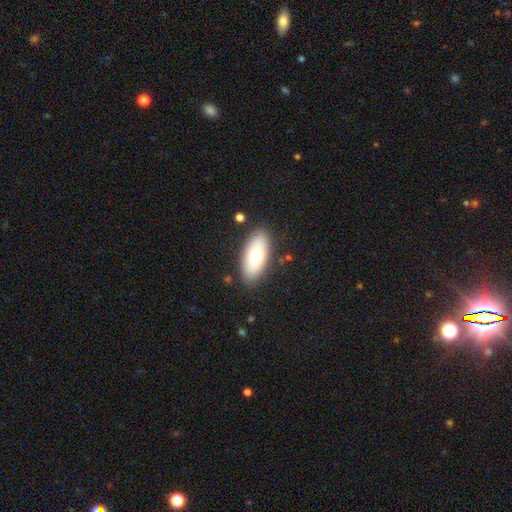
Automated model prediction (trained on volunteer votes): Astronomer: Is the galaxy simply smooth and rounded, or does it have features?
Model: smooth — 68%.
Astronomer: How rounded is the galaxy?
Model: in between — 90%.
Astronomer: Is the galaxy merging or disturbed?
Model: none — 85%.